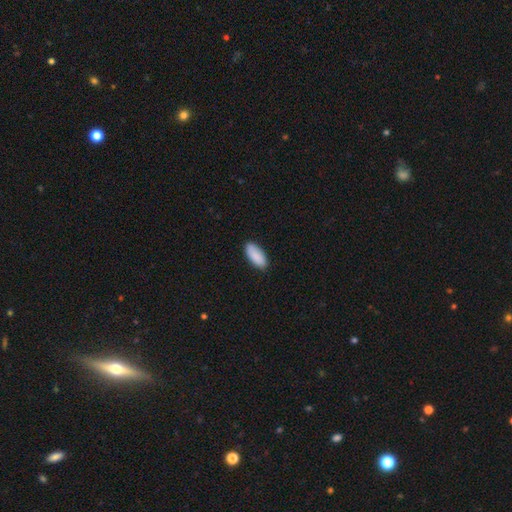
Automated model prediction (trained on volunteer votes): This appears to be a smooth galaxy with no disk features (89%) that is in between round and cigar-shaped (88%). Merging: none (85%).